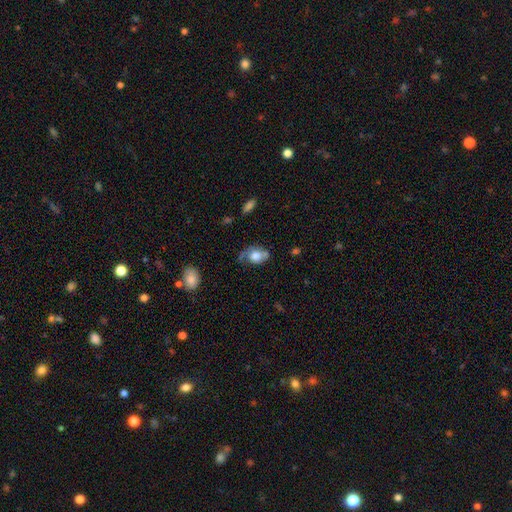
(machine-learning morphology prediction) The model was most divided on "smooth or featured": smooth: 51%, featured or disk: 41%, star or artifact: 8%. Remaining: how rounded — in between (68%); merging — none (42%).